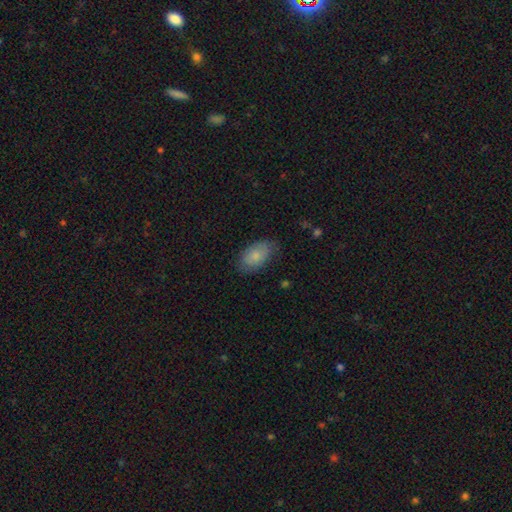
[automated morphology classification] type=smooth (81%); roundness=in between (93%); merging=none (75%).